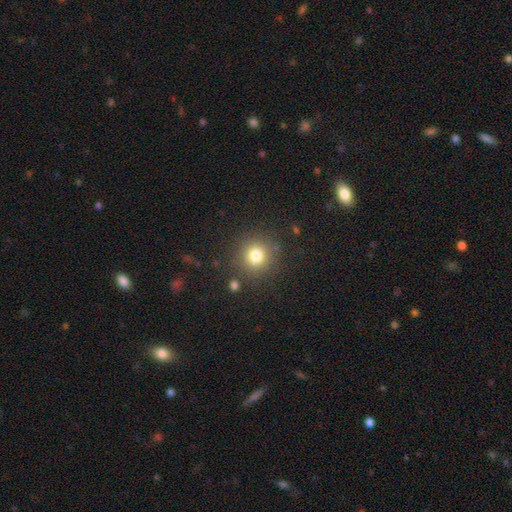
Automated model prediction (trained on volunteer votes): smooth 79%, star or artifact 13%, featured or disk 8%. Down the decision tree: how rounded — round (92%); merging — none (86%).